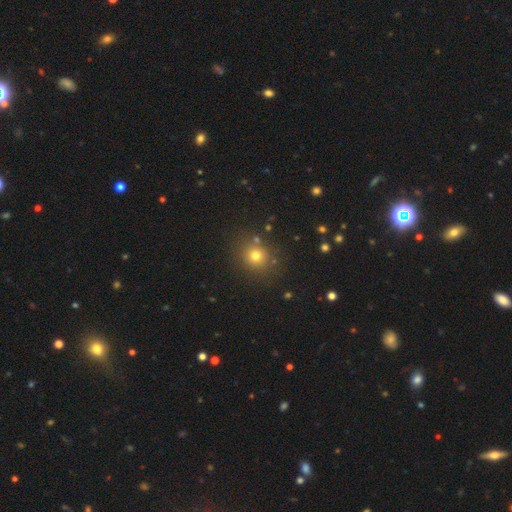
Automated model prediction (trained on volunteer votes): Smooth or featured: smooth — 74% (star or artifact — 18%)
How rounded: round — 87% (in between — 12%)
Merging: none — 82% (minor disturbance — 9%)